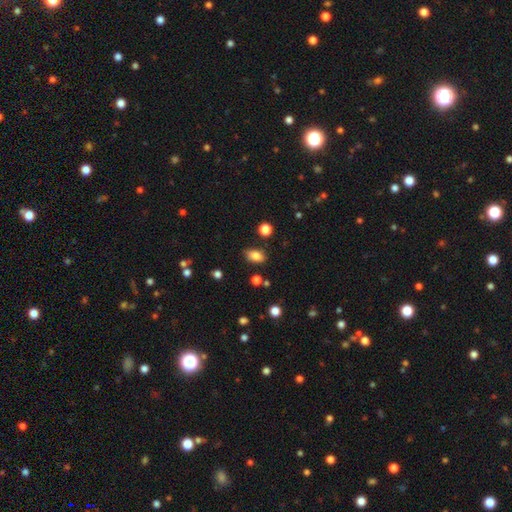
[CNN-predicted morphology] Q: Smooth or featured?
A: smooth (82%); runner-up: star or artifact (10%)
Q: How rounded?
A: in between (84%); runner-up: round (14%)
Q: Merging?
A: none (82%); runner-up: minor disturbance (12%)